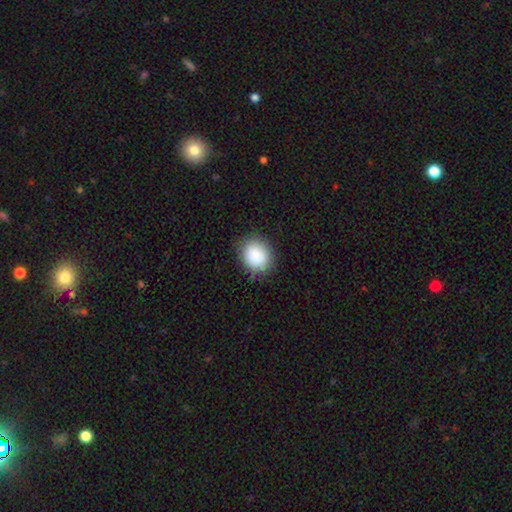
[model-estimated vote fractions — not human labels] Smooth or featured? smooth (88%)
How rounded? round (65%)
Merging? none (84%)